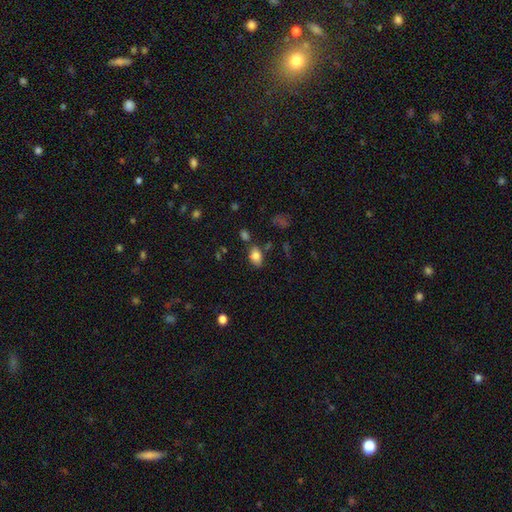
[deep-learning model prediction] A smooth galaxy with no disk features (81%) that is in between round and cigar-shaped (84%).

Vote fractions:
- Smooth or featured? smooth: 81% / star or artifact: 10% / featured or disk: 9%
- How rounded? in between: 84% / round: 14% / cigar-shaped: 2%
- Merging? none: 74% / minor disturbance: 16% / merger: 7% / major disturbance: 4%